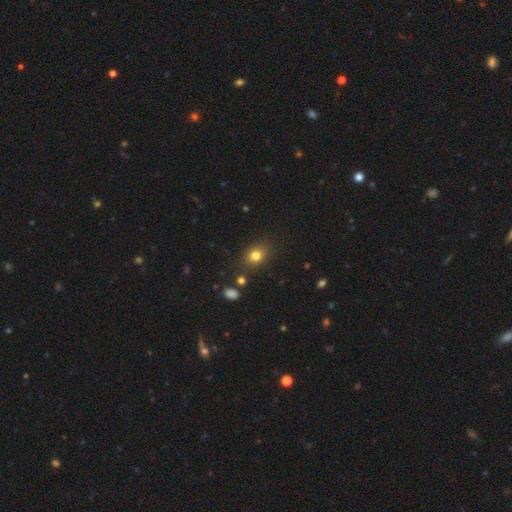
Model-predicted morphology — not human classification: A smooth galaxy with no disk features (80%) that is in between round and cigar-shaped (51%). Merging: none (82%).